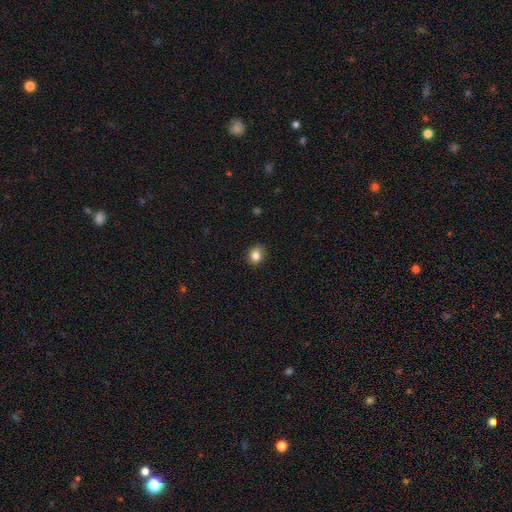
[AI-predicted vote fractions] The model was most divided on "how rounded": round: 66%, in between: 33%, cigar-shaped: 1%. More confident: smooth or featured — smooth (83%); merging — none (83%).